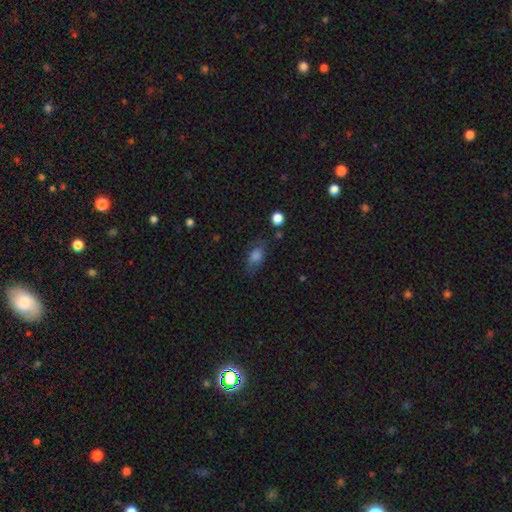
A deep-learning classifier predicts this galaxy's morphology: Smooth or featured? Predicted: smooth (p=0.68). How rounded? Predicted: in between (p=0.79). Merging? Predicted: none (p=0.72).